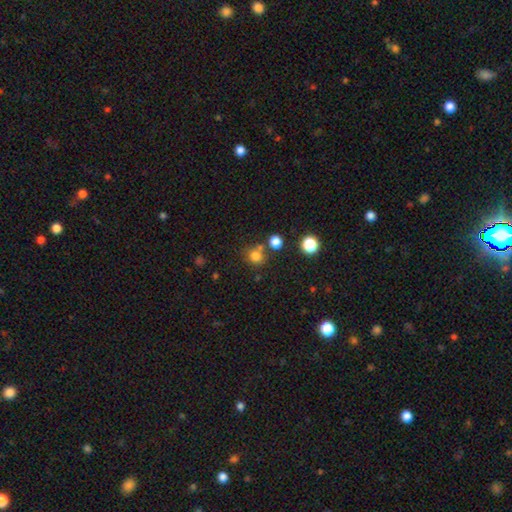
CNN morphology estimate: The model was most divided on "merging": none: 67%, merger: 19%, minor disturbance: 10%, major disturbance: 4%. More confident: how rounded — round (85%); smooth or featured — smooth (78%).